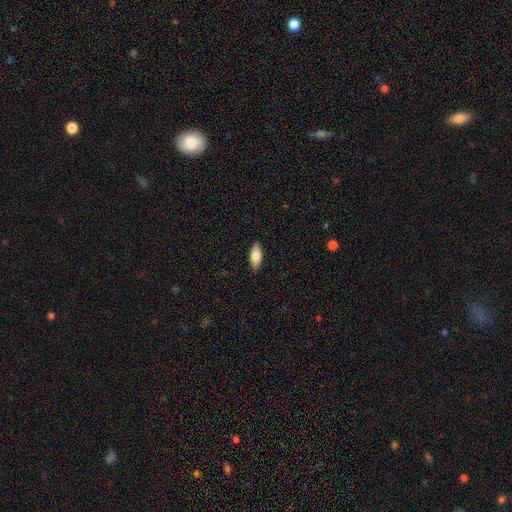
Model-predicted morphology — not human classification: This is likely a smooth galaxy (76%). How rounded: likely in between (77%). Merging: clearly none (88%).